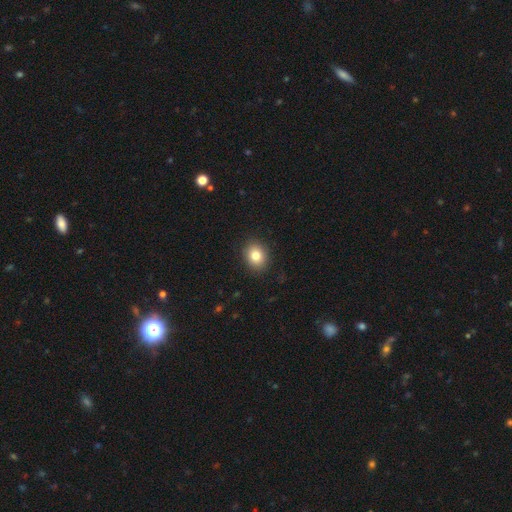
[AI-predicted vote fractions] smooth_or_featured: smooth (p=0.82) [alt: star or artifact p=0.10]
how_rounded: round (p=0.53) [alt: in between p=0.46]
merging: none (p=0.90) [alt: minor disturbance p=0.07]